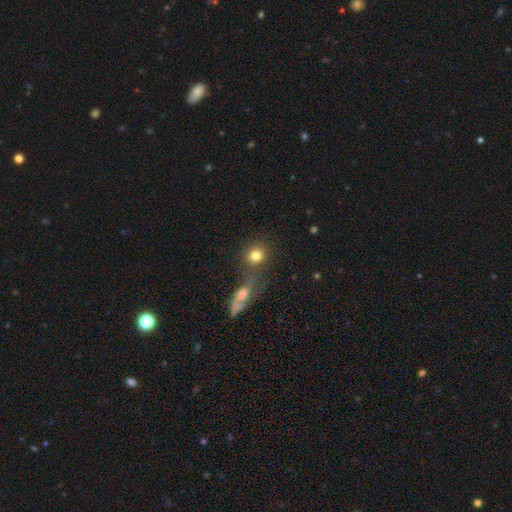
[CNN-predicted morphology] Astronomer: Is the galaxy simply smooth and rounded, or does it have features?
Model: smooth — 79%.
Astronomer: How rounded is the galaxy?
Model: round — 83%.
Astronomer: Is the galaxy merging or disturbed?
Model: none — 60%.